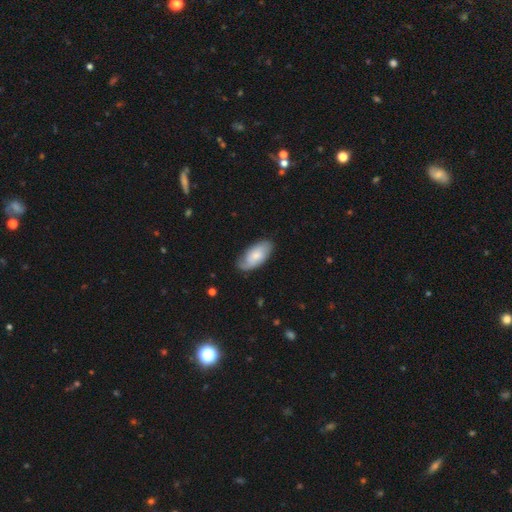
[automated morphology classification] type=smooth (58%); roundness=in between (93%); merging=none (73%).